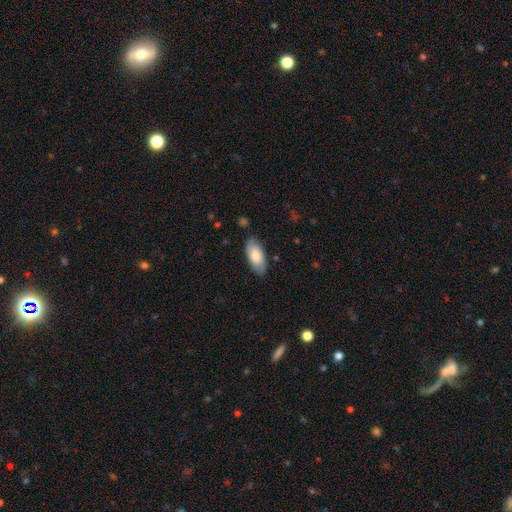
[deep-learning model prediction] This appears to be a smooth galaxy with no disk features (74%) that is in between round and cigar-shaped (90%). Merging: none (83%).